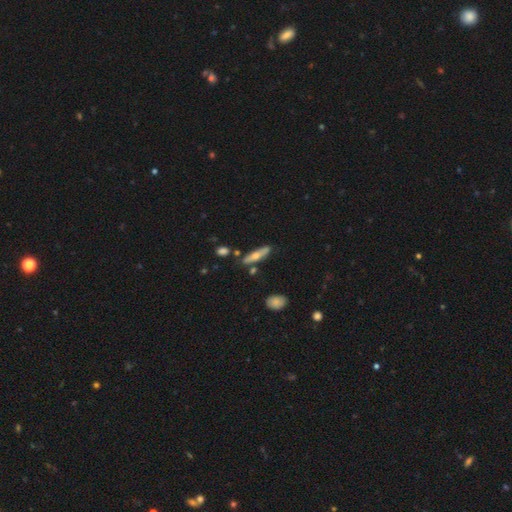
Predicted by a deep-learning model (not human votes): A smooth galaxy with no disk features (52%) that is cigar-shaped (72%). Merging: none (77%).